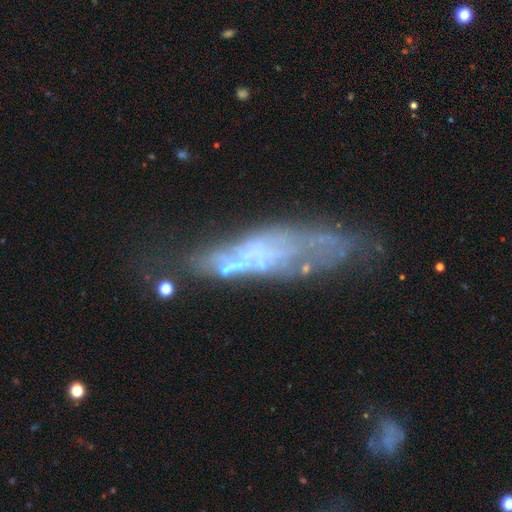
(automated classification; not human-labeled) Morphology: type=featured or disk (58%); edge-on=no (69%); merging=none (41%).